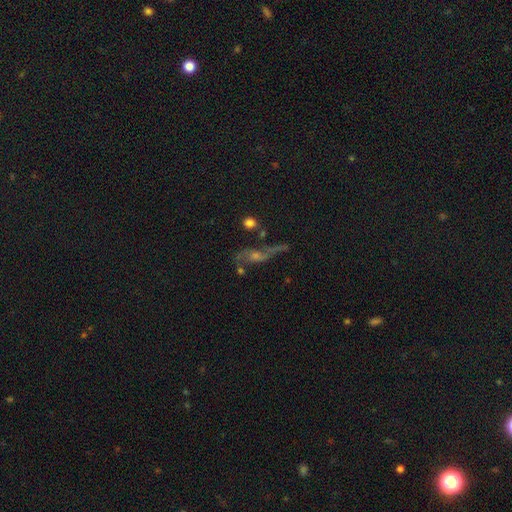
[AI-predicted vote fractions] Overall: star or artifact (46%; featured or disk 33%).